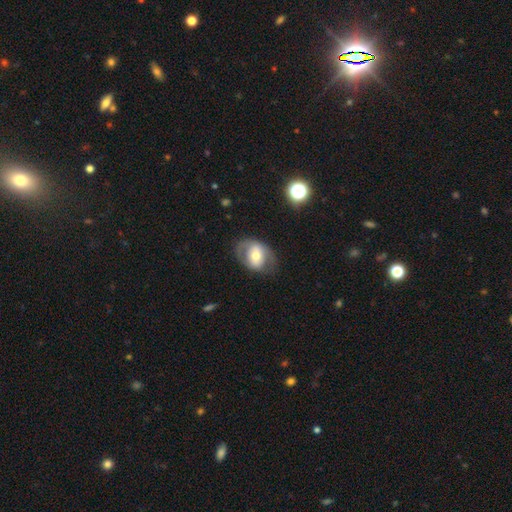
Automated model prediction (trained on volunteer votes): Smooth or featured?
  - featured or disk: 48% *
  - smooth: 45%
  - star or artifact: 7%
Merging?
  - none: 68% *
  - minor disturbance: 18%
  - major disturbance: 12%
  - merger: 1%